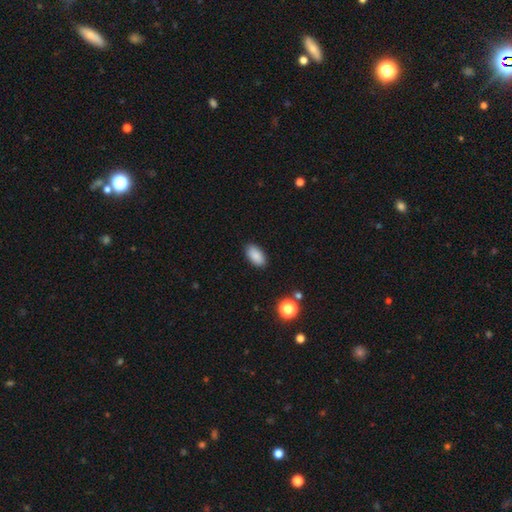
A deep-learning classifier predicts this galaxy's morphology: smooth_or_featured: smooth (p=0.88) [alt: star or artifact p=0.08]
how_rounded: in between (p=0.93) [alt: round p=0.04]
merging: none (p=0.88) [alt: minor disturbance p=0.09]